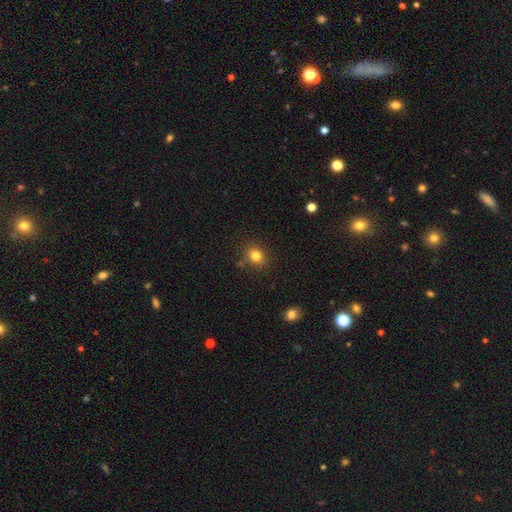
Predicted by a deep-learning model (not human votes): This appears to be a smooth galaxy with no disk features (81%) that is round (68%). Merging: none (81%).